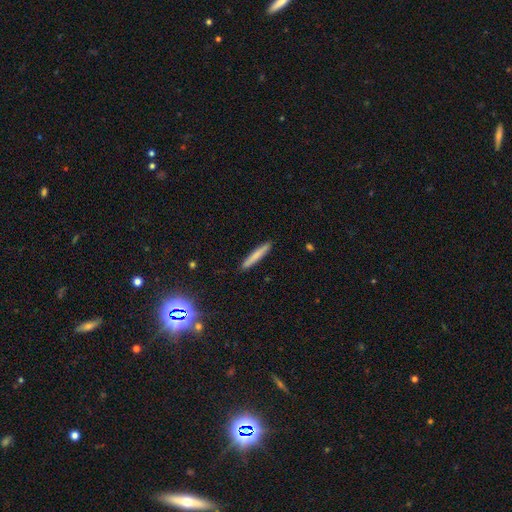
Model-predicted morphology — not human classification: Smooth or featured: smooth — 74% (featured or disk — 19%)
How rounded: cigar-shaped — 95% (in between — 4%)
Merging: none — 91% (minor disturbance — 6%)